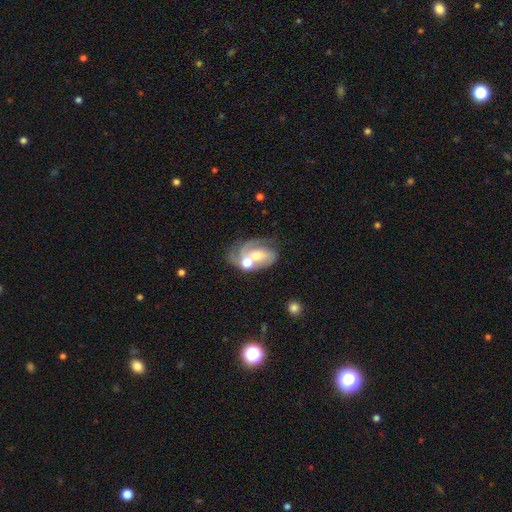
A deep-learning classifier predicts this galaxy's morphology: smooth-or-featured: featured or disk: 68% | smooth: 24% | star or artifact: 8%
  disk-edge-on: no: 96% | yes: 4%
    bar: no: 65% | weak: 27% | strong: 8%
    has-spiral-arms: yes: 80% | no: 20%
      spiral-winding: tight: 43% | medium: 38% | loose: 19%
      spiral-arm-count: 2: 36% | 1: 26% | can't tell: 23% | 3: 11% | 4: 3% | more than 4: 2%
    bulge-size: moderate: 57% | small: 25% | large: 11% | none: 5% | dominant: 2%
  merging: merger: 38% | none: 30% | major disturbance: 17% | minor disturbance: 15%